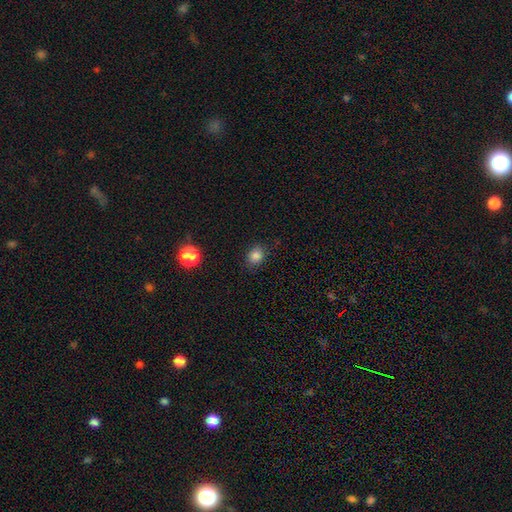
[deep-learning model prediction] A smooth galaxy with no disk features (83%) that is round (58%).

Vote fractions:
- Smooth or featured? smooth: 83% / star or artifact: 13% / featured or disk: 4%
- How rounded? round: 58% / in between: 41% / cigar-shaped: 1%
- Merging? none: 84% / minor disturbance: 11% / major disturbance: 3% / merger: 1%